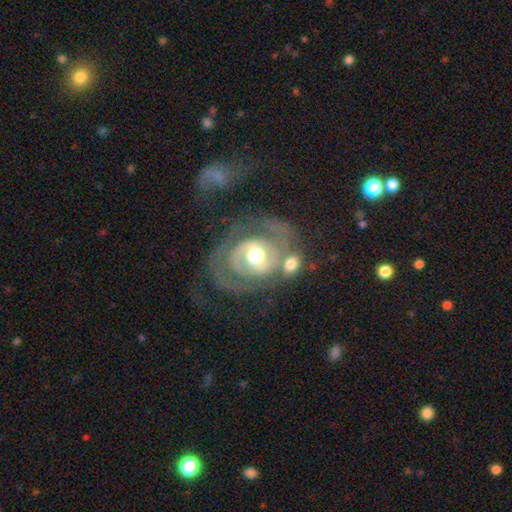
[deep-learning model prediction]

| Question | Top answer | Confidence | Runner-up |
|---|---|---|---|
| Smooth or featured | featured or disk | 81% | smooth (14%) |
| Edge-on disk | no | 97% | yes (3%) |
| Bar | no | 51% | weak (35%) |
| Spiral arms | yes | 81% | no (19%) |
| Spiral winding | tight | 51% | medium (35%) |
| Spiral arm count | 2 | 60% | can't tell (21%) |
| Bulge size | moderate | 72% | large (16%) |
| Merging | none | 47% | merger (22%) |